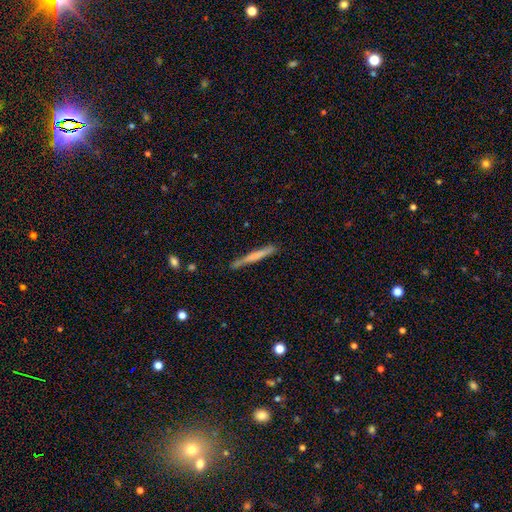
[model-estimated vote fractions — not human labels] Q: Smooth or featured?
A: smooth (57%); runner-up: featured or disk (37%)
Q: How rounded?
A: cigar-shaped (96%); runner-up: in between (2%)
Q: Merging?
A: none (82%); runner-up: minor disturbance (13%)